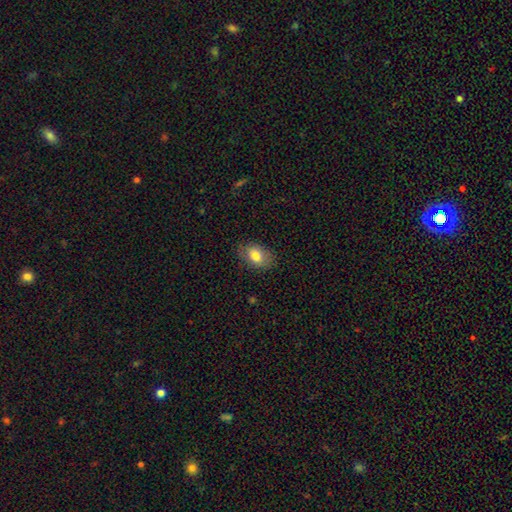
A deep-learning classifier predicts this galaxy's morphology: A smooth galaxy with no disk features (80%) that is in between round and cigar-shaped (80%).

Vote fractions:
- Smooth or featured? smooth: 80% / featured or disk: 12% / star or artifact: 8%
- How rounded? in between: 80% / round: 19% / cigar-shaped: 1%
- Merging? none: 80% / minor disturbance: 15% / major disturbance: 4% / merger: 1%